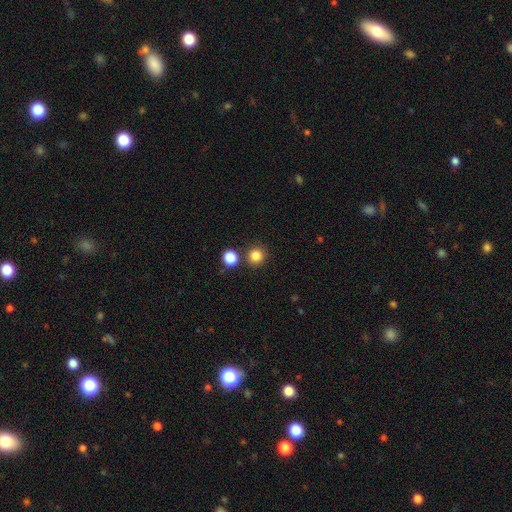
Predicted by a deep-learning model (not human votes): The model was most divided on "smooth or featured": smooth: 84%, star or artifact: 12%, featured or disk: 4%. More confident: how rounded — round (93%); merging — none (83%).